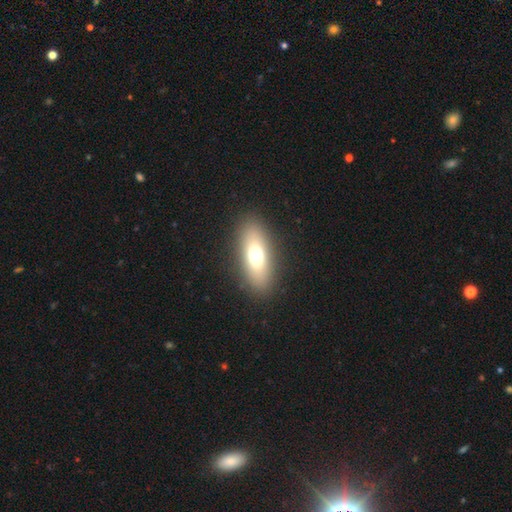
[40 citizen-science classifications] Overall: smooth (65%). How rounded: in between (73%). Merging: none (97%).